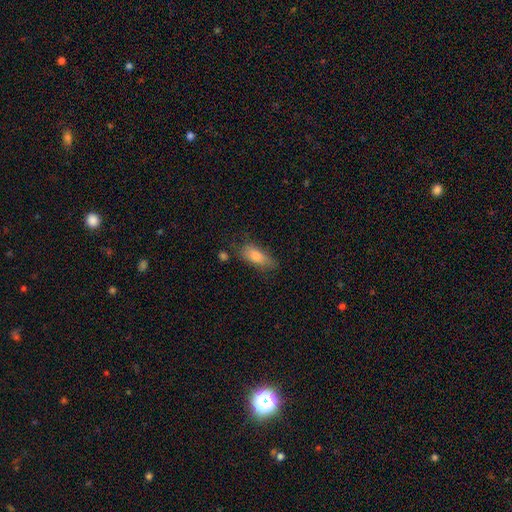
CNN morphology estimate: type=smooth (78%); roundness=in between (74%); merging=none (61%).